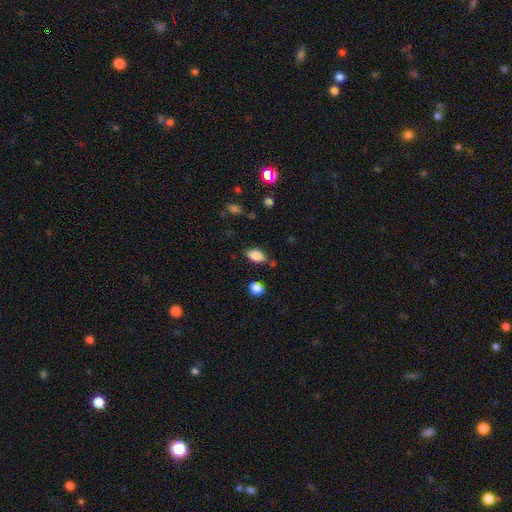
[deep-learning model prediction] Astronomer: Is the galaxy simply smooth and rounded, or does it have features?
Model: smooth — 87%.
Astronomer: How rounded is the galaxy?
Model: in between — 91%.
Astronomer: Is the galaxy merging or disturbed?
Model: none — 78%.